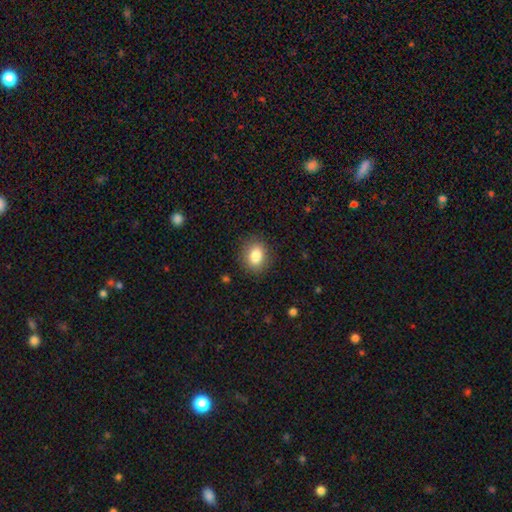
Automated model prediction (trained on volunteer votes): A smooth galaxy with no disk features (84%) that is in between round and cigar-shaped (52%). Merging: none (87%).